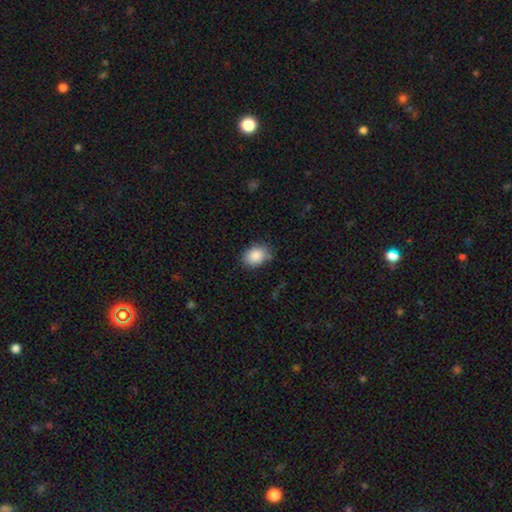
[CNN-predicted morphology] Smooth or featured? Predicted: smooth (p=0.88). How rounded? Predicted: in between (p=0.70). Merging? Predicted: none (p=0.79).